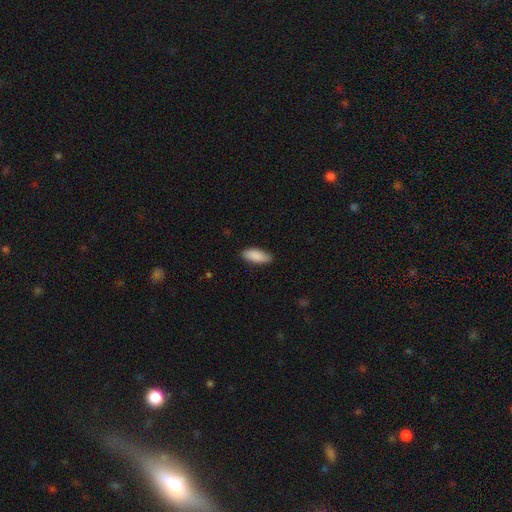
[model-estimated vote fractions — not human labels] The model was most divided on "how rounded": in between: 80%, cigar-shaped: 18%, round: 2%. More confident: smooth or featured — smooth (89%); merging — none (87%).